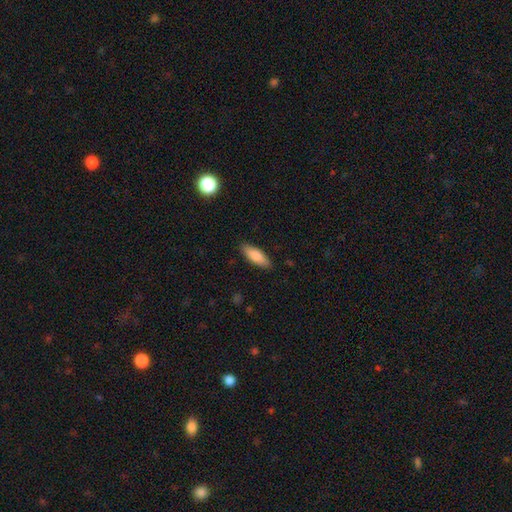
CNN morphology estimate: Smooth or featured? smooth (84%)
How rounded? in between (62%)
Merging? none (87%)